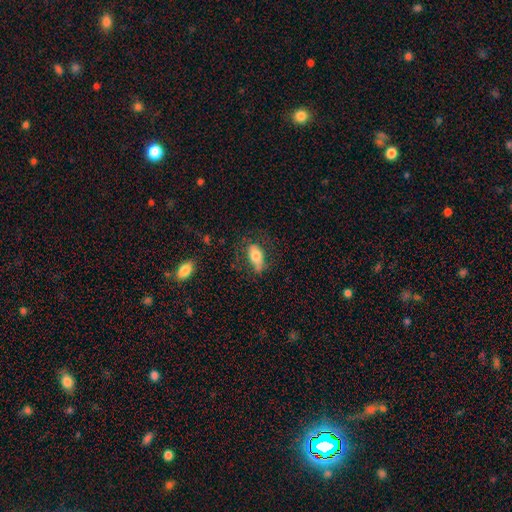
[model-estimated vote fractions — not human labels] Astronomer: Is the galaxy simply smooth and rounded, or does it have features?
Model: smooth — 70%.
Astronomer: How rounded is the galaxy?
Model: in between — 86%.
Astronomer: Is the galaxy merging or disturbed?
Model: none — 62%.